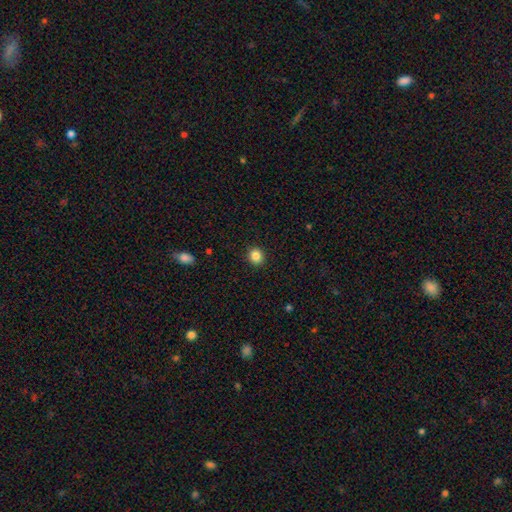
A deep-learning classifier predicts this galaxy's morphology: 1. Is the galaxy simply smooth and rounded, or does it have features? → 85% smooth, 10% star or artifact, 4% featured or disk.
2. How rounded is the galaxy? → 84% round, 15% in between, 1% cigar-shaped.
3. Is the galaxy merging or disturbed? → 92% none, 5% minor disturbance, 2% major disturbance, 1% merger.